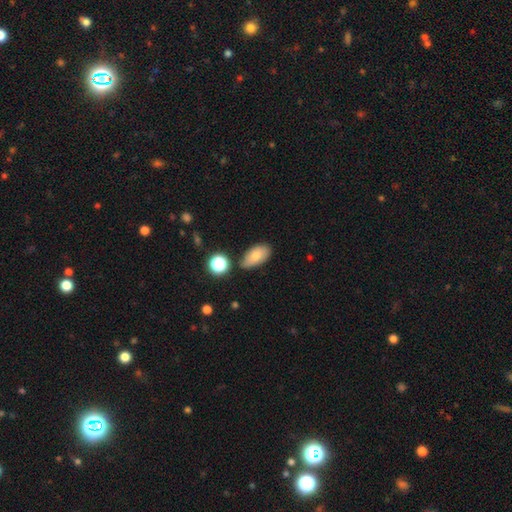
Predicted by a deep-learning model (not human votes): A smooth galaxy with no disk features (77%) that is in between round and cigar-shaped (91%).

Vote fractions:
- Smooth or featured? smooth: 77% / featured or disk: 14% / star or artifact: 9%
- How rounded? in between: 91% / round: 6% / cigar-shaped: 3%
- Merging? none: 70% / minor disturbance: 20% / merger: 6% / major disturbance: 4%